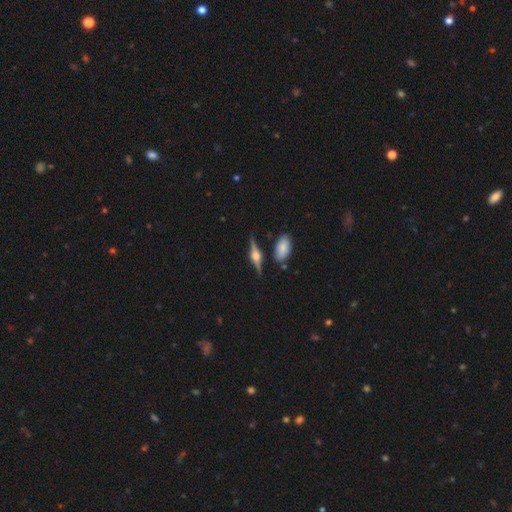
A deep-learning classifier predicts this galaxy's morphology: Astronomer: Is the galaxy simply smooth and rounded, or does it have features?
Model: featured or disk — 79%.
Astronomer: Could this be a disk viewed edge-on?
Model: yes — 96%.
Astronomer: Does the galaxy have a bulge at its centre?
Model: rounded — 92%.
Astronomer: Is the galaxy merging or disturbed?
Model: none — 81%.